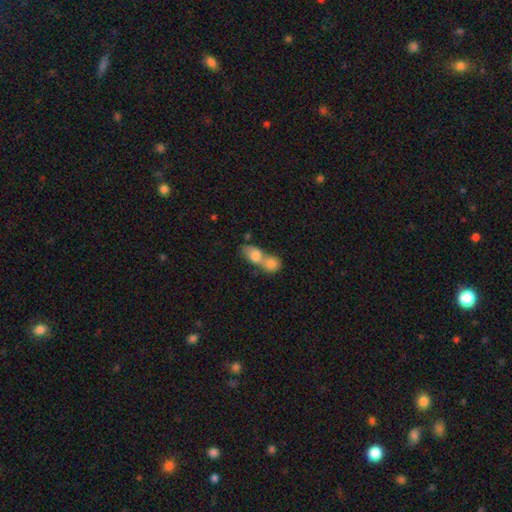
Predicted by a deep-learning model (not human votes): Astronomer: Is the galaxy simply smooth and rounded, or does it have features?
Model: smooth — 76%.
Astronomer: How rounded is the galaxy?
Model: in between — 66%.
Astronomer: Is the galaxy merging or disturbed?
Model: merger — 77%.